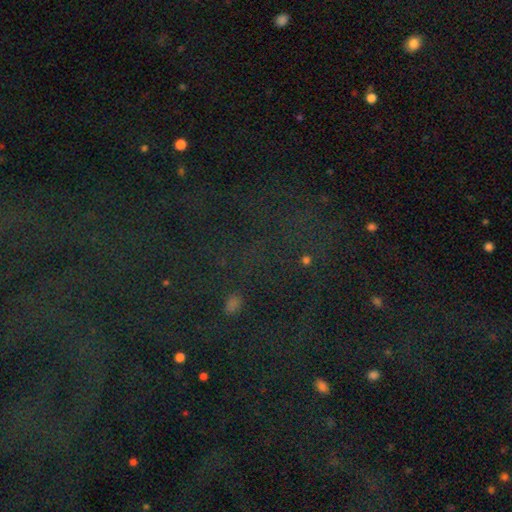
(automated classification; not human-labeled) Overall: star or artifact (74%).